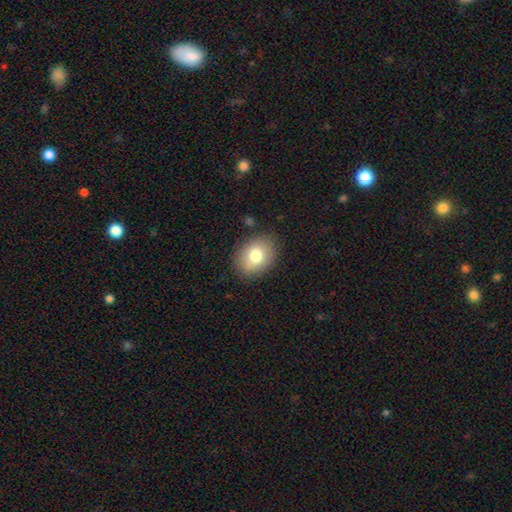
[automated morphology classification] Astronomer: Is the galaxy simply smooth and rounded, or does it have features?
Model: smooth — 77%.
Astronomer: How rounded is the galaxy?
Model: in between — 68%.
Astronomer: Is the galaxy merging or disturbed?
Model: none — 82%.